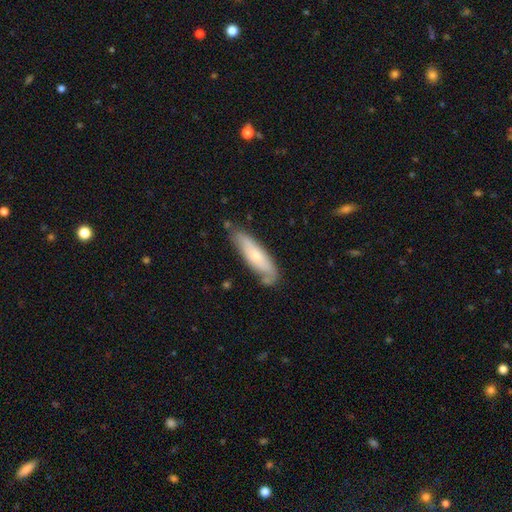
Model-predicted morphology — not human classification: smooth-or-featured: smooth: 60% | featured or disk: 35% | star or artifact: 6%
  how-rounded: cigar-shaped: 66% | in between: 32% | round: 2%
  merging: none: 67% | minor disturbance: 23% | merger: 5% | major disturbance: 5%